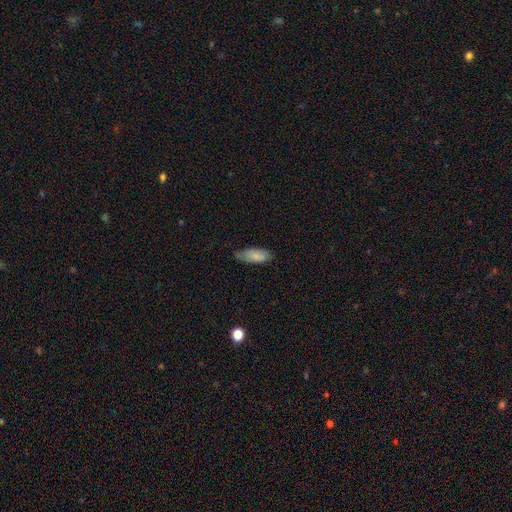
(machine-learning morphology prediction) The model was most divided on "merging": none: 60%, minor disturbance: 32%, major disturbance: 6%, merger: 2%. More confident: smooth or featured — smooth (81%); how rounded — in between (80%).